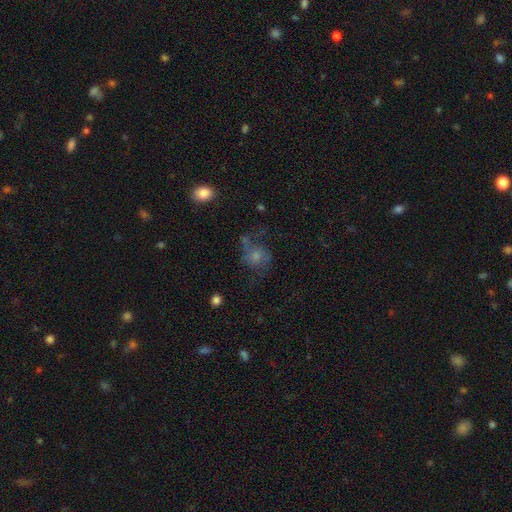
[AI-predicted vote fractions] This appears to be a smooth galaxy with no disk features (44%). Merging: none (42%).